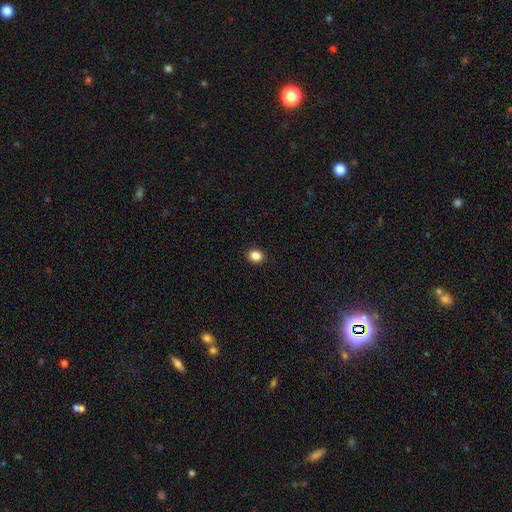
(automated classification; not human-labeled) A smooth galaxy with no disk features (85%) that is round (77%). Merging: none (92%).